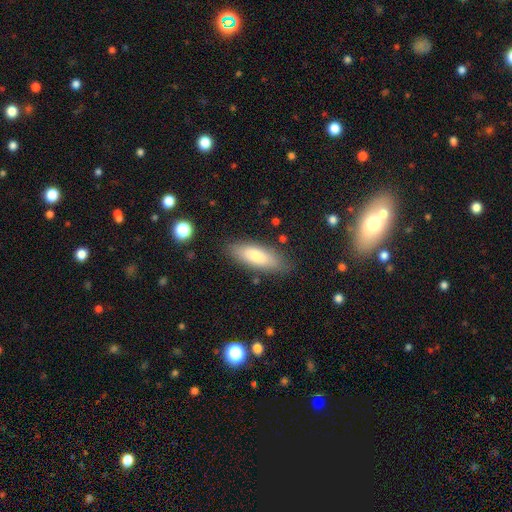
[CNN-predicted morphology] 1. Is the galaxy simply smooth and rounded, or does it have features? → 77% smooth, 17% featured or disk, 7% star or artifact.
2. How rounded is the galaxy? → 65% in between, 33% cigar-shaped, 2% round.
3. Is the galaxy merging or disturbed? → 83% none, 12% minor disturbance, 3% major disturbance, 2% merger.